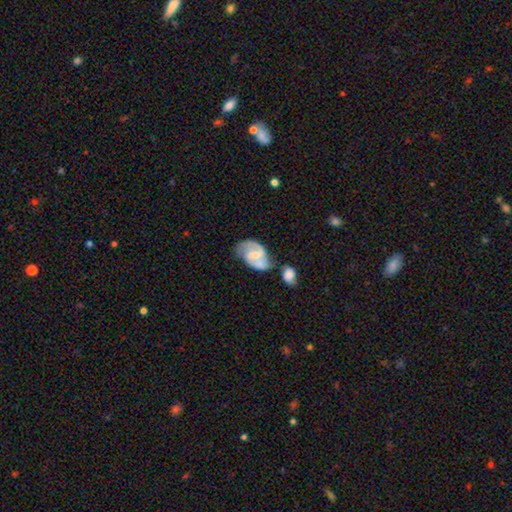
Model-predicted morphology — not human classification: smooth_or_featured: featured or disk (p=0.81) [alt: smooth p=0.14]
disk_edge_on: no (p=0.98) [alt: yes p=0.02]
bar: weak (p=0.49) [alt: no p=0.35]
has_spiral_arms: yes (p=0.94) [alt: no p=0.06]
spiral_winding: medium (p=0.54) [alt: tight p=0.25]
spiral_arm_count: 2 (p=0.88) [alt: can't tell p=0.05]
bulge_size: small (p=0.55) [alt: moderate p=0.31]
merging: none (p=0.42) [alt: merger p=0.29]